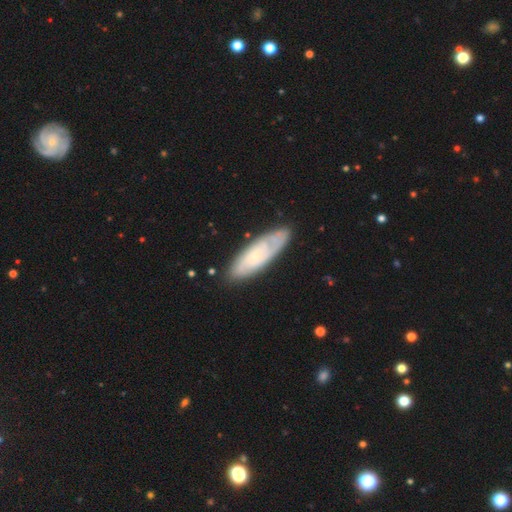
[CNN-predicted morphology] smooth_or_featured: featured or disk (p=0.50) [alt: smooth p=0.43]
disk_edge_on: no (p=0.77) [alt: yes p=0.23]
merging: none (p=0.80) [alt: minor disturbance p=0.15]